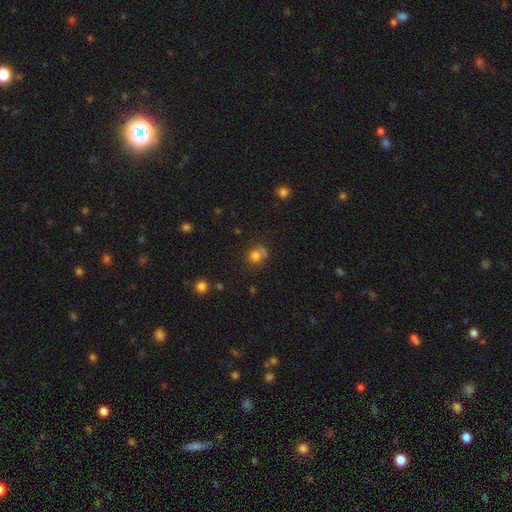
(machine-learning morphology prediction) Overall: smooth (75%). How rounded: round (80%). Merging: none (54%; minor disturbance 18%).